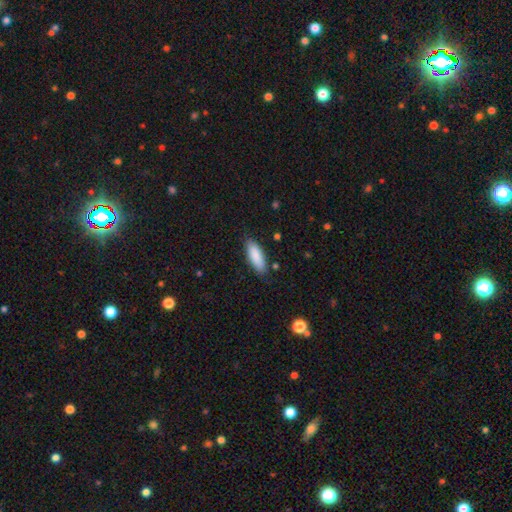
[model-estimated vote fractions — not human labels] The model was most divided on "how rounded": in between: 67%, cigar-shaped: 32%, round: 2%. More confident: smooth or featured — smooth (88%); merging — none (84%).